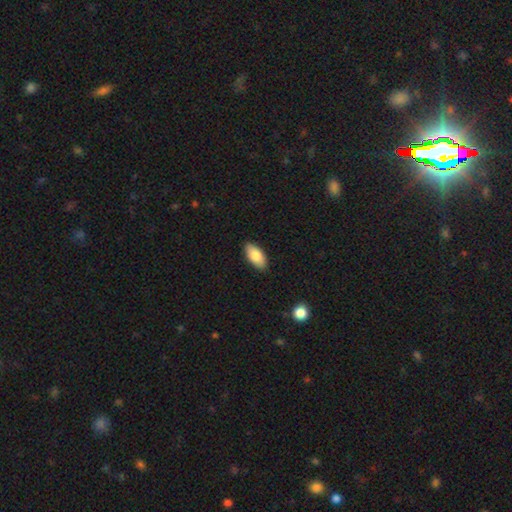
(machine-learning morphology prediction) This appears to be a smooth galaxy with no disk features (82%) that is in between round and cigar-shaped (91%). Merging: none (88%).